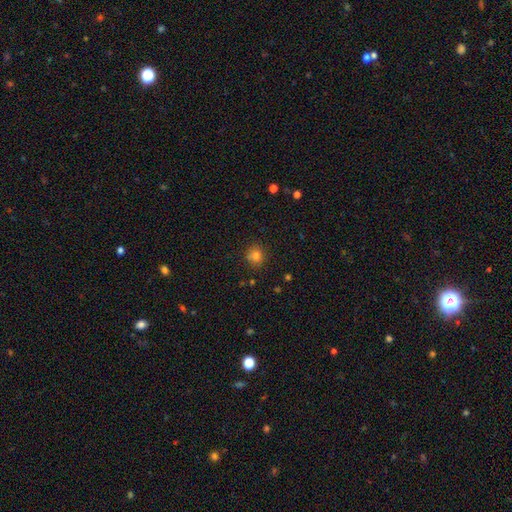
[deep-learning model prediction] smooth 76%, star or artifact 15%, featured or disk 8%. Down the decision tree: how rounded — round (85%); merging — none (77%).